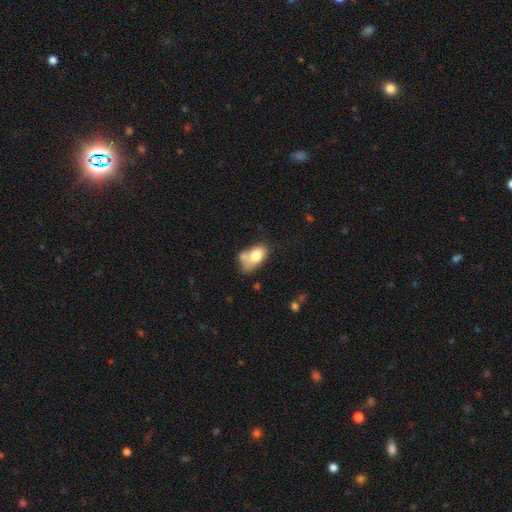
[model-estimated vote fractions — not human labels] Q: Smooth or featured?
A: smooth (73%); runner-up: featured or disk (19%)
Q: How rounded?
A: in between (86%); runner-up: round (13%)
Q: Merging?
A: merger (40%); runner-up: none (26%)